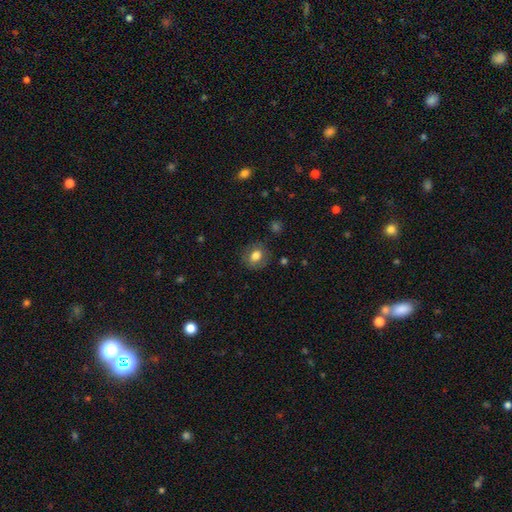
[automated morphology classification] Overall: smooth (76%). How rounded: round (63%; in between 36%). Merging: none (81%).